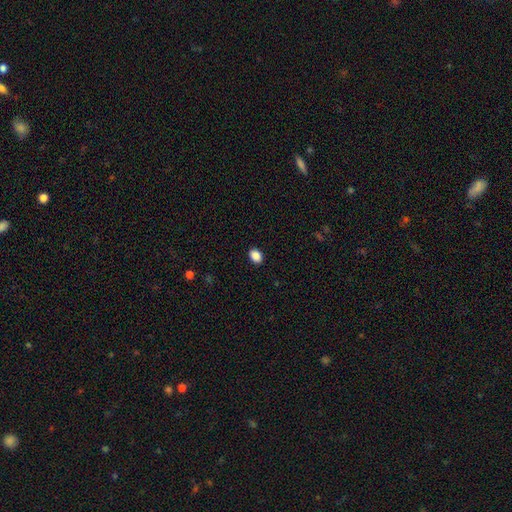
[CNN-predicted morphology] A smooth galaxy with no disk features (89%) that is in between round and cigar-shaped (76%). Merging: none (90%).